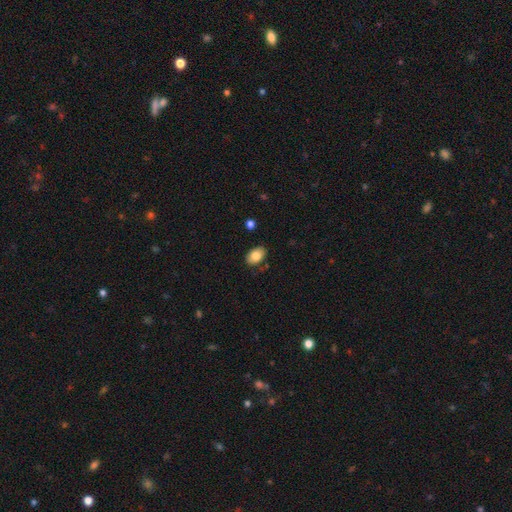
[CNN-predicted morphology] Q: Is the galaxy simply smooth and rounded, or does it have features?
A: smooth — 82%.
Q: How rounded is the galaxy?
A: in between — 89%.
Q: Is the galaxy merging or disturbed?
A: none — 81%.